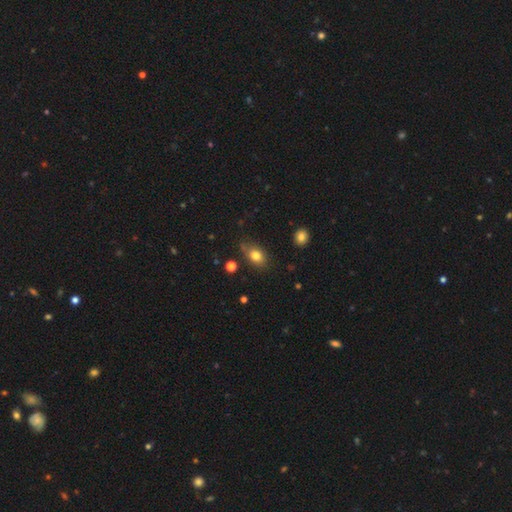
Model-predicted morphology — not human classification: smooth-or-featured: smooth: 80% | star or artifact: 10% | featured or disk: 10%
  how-rounded: in between: 76% | round: 22% | cigar-shaped: 3%
  merging: none: 72% | minor disturbance: 21% | major disturbance: 4% | merger: 3%